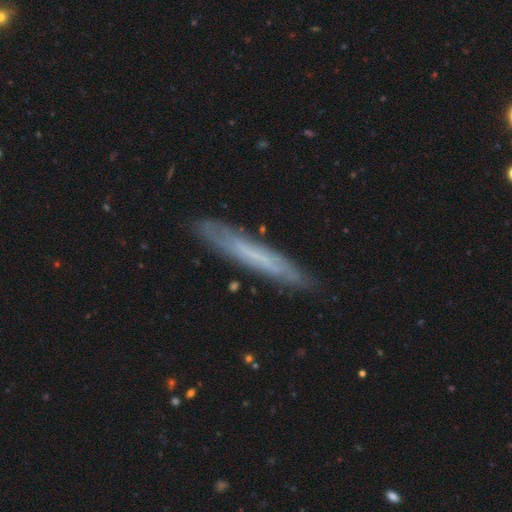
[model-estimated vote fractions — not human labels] smooth_or_featured: featured or disk (p=0.48) [alt: smooth p=0.45]
merging: none (p=0.84) [alt: minor disturbance p=0.12]